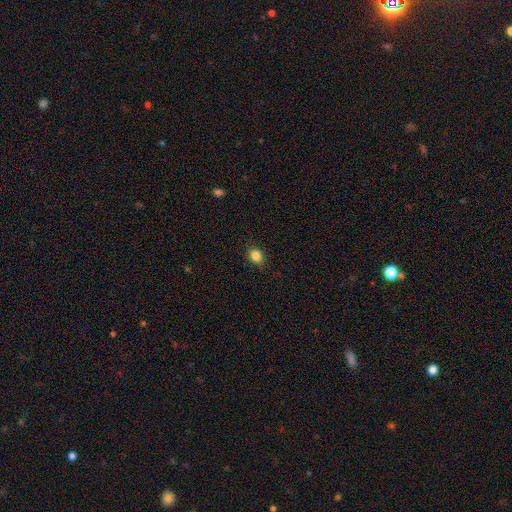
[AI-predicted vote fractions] Smooth or featured? smooth (85%)
How rounded? round (56%)
Merging? none (87%)